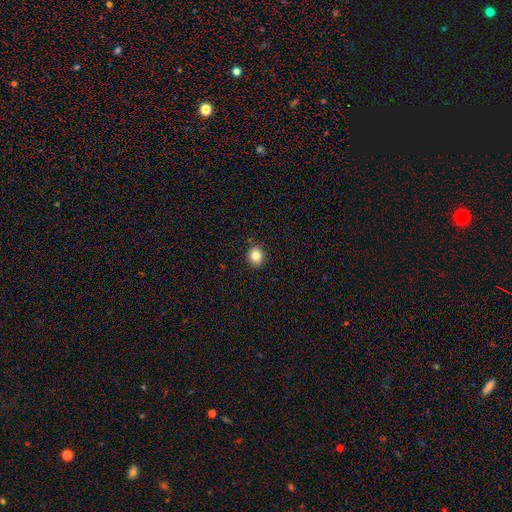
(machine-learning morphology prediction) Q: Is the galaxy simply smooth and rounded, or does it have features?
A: smooth — 84%.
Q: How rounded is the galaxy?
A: round — 75%.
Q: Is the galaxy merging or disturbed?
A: none — 90%.